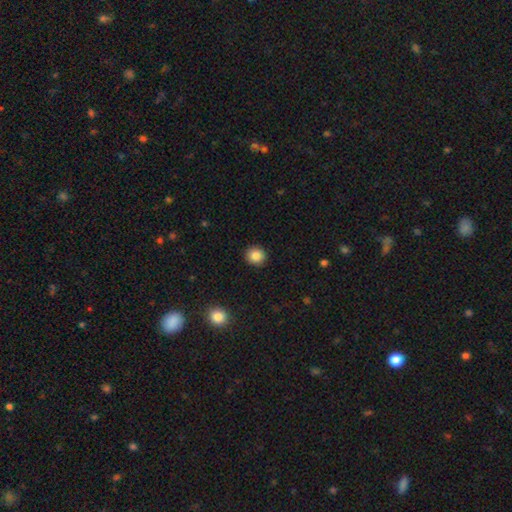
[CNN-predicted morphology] Q: Smooth or featured?
A: smooth (86%); runner-up: star or artifact (10%)
Q: How rounded?
A: round (88%); runner-up: in between (11%)
Q: Merging?
A: none (92%); runner-up: minor disturbance (6%)